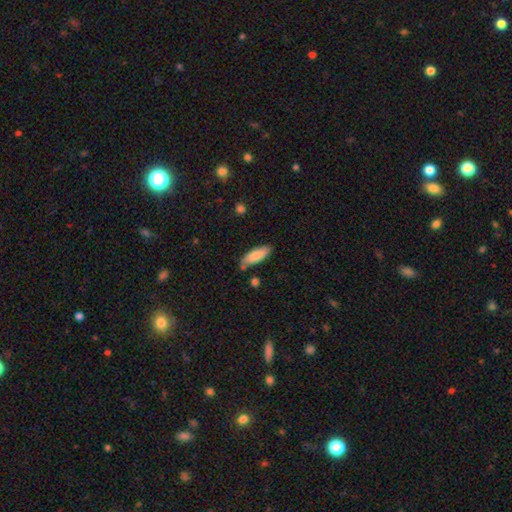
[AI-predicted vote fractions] Smooth or featured?
  - smooth: 81% *
  - featured or disk: 13%
  - star or artifact: 6%
How rounded?
  - in between: 65% *
  - cigar-shaped: 33%
  - round: 2%
Merging?
  - none: 74% *
  - minor disturbance: 17%
  - merger: 5%
  - major disturbance: 3%